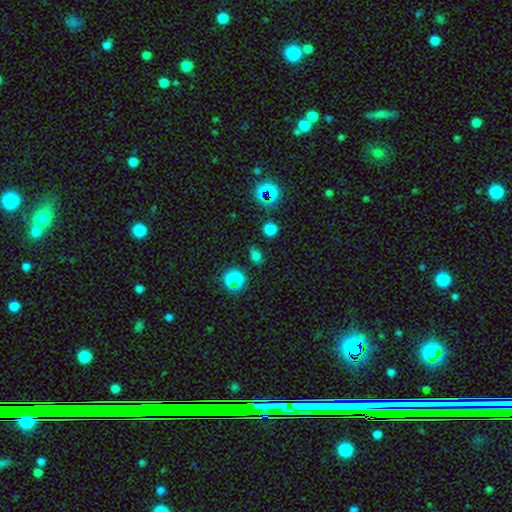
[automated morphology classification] This is likely a smooth galaxy (65%). How rounded: possibly in between (54%). Merging: clearly none (82%).